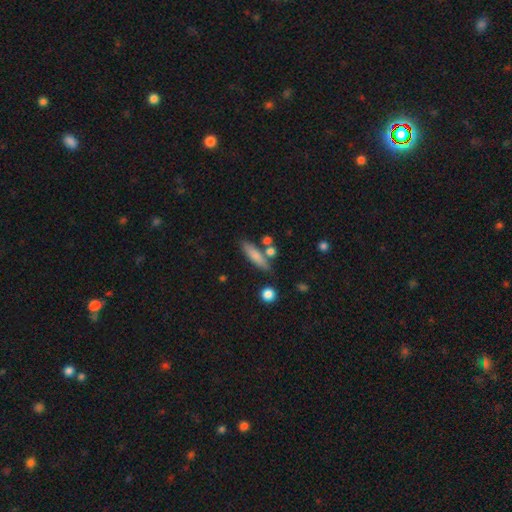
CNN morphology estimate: Smooth or featured? smooth (75%)
How rounded? cigar-shaped (71%)
Merging? none (73%)